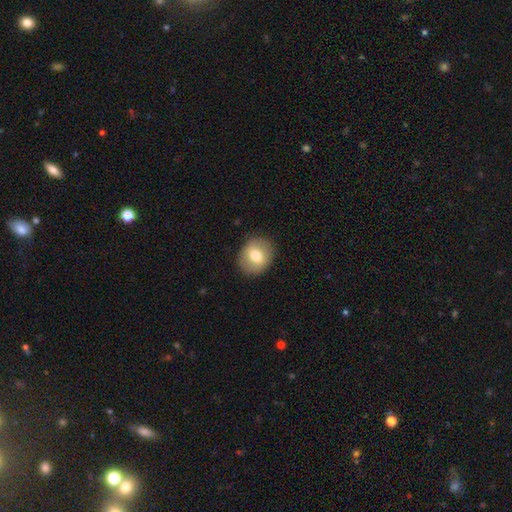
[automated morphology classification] This appears to be a smooth galaxy with no disk features (69%) that is round (64%). Merging: none (87%).